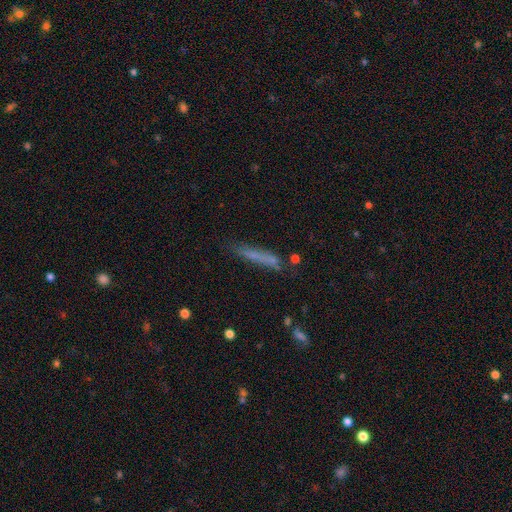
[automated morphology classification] A smooth galaxy with no disk features (64%) that is cigar-shaped (91%).

Vote fractions:
- Smooth or featured? smooth: 64% / featured or disk: 26% / star or artifact: 10%
- How rounded? cigar-shaped: 91% / in between: 7% / round: 2%
- Merging? none: 67% / minor disturbance: 21% / major disturbance: 7% / merger: 6%